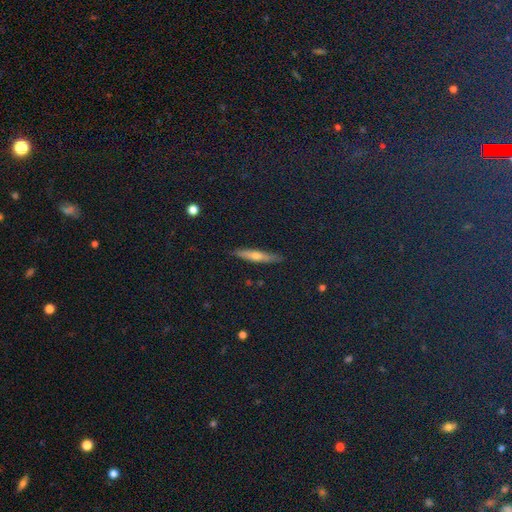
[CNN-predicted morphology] A featured or disk galaxy (43%). Merging: none (90%).